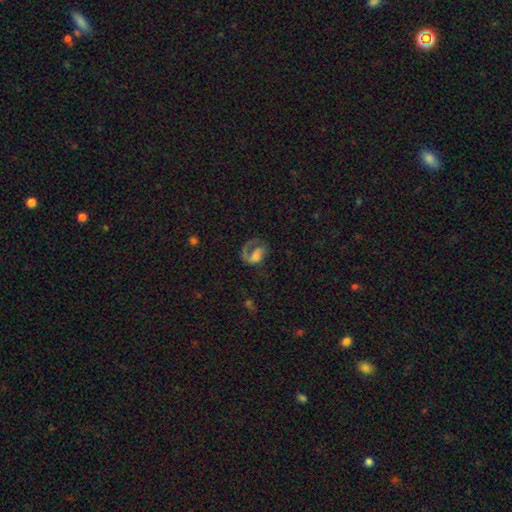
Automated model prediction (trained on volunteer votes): This appears to be a featured or disk galaxy (62%) with no bar (59%), spiral arms (78%) and no central bulge (32%). Merging: major disturbance (44%).